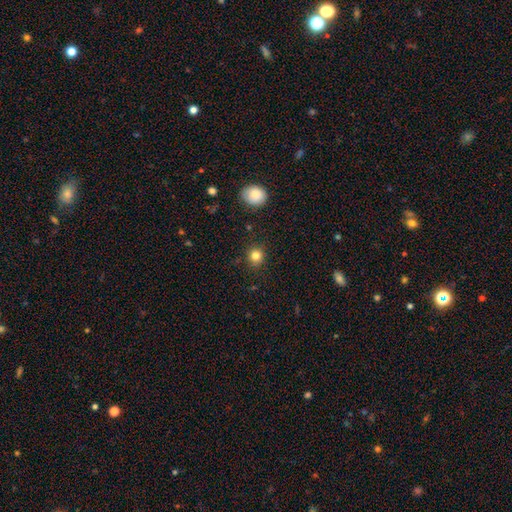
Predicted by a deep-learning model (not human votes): smooth-or-featured: smooth: 82% | star or artifact: 13% | featured or disk: 5%
  how-rounded: round: 88% | in between: 11% | cigar-shaped: 1%
  merging: none: 88% | minor disturbance: 8% | major disturbance: 2% | merger: 2%